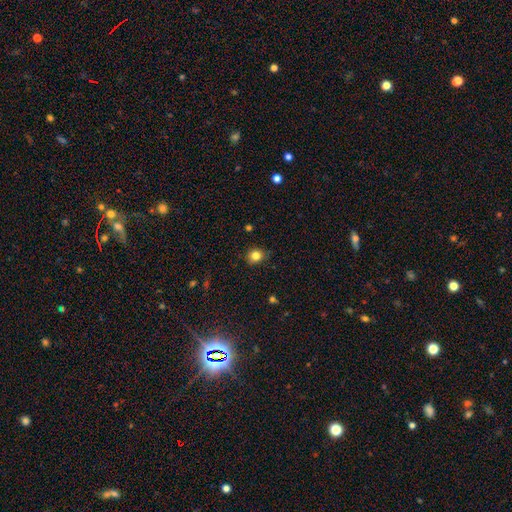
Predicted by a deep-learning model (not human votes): Morphology: type=smooth (81%); roundness=round (77%); merging=none (83%).